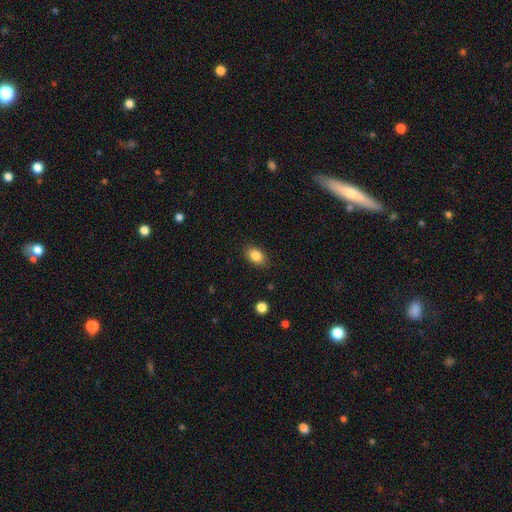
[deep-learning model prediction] Morphology: type=smooth (85%); roundness=in between (80%); merging=none (86%).